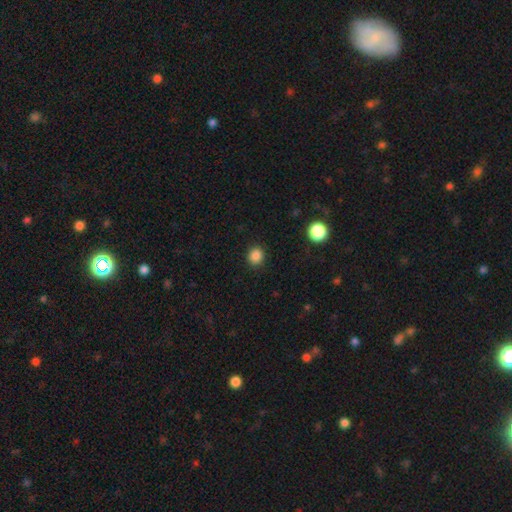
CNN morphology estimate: A smooth galaxy with no disk features (85%) that is round (84%).

Vote fractions:
- Smooth or featured? smooth: 85% / star or artifact: 11% / featured or disk: 3%
- How rounded? round: 84% / in between: 15% / cigar-shaped: 1%
- Merging? none: 91% / minor disturbance: 6% / major disturbance: 2% / merger: 1%